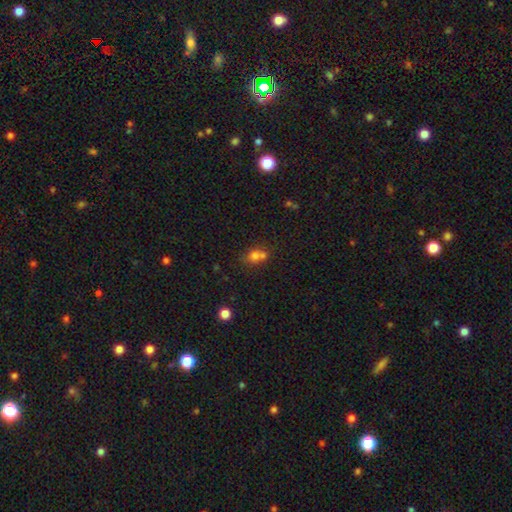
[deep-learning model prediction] A smooth galaxy with no disk features (71%) that is round (63%). Merging: merger (52%).